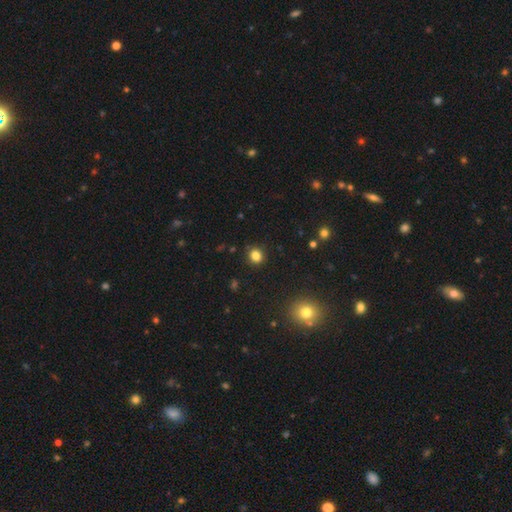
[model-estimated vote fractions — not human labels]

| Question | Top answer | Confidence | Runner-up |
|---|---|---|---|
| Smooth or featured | smooth | 83% | star or artifact (13%) |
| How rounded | round | 83% | in between (17%) |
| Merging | none | 90% | minor disturbance (7%) |